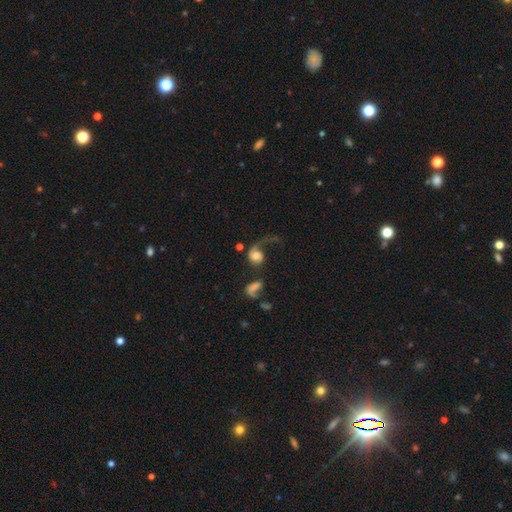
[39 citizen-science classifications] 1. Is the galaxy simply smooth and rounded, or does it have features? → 54% featured or disk, 44% smooth, 3% star or artifact.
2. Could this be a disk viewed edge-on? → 95% no, 5% yes.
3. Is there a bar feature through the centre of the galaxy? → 90% no, 10% weak, 0% strong.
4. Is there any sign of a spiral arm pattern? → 75% yes, 25% no.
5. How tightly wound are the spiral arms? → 73% loose, 20% medium, 7% tight.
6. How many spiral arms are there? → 80% 1, 13% 2, 7% can't tell, 0% 3, 0% 4, 0% more than 4.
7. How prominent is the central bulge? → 75% moderate, 15% large, 10% small, 0% dominant, 0% none.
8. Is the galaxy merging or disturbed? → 66% major disturbance, 21% none, 8% minor disturbance, 5% merger.